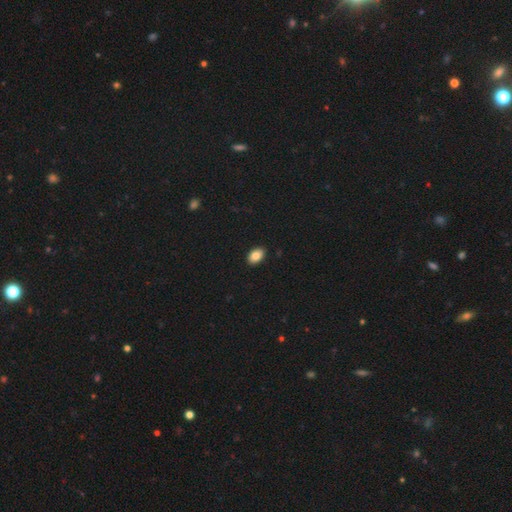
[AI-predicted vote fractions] smooth-or-featured: smooth: 85% | star or artifact: 8% | featured or disk: 7%
  how-rounded: in between: 88% | round: 10% | cigar-shaped: 1%
  merging: none: 90% | minor disturbance: 7% | major disturbance: 2% | merger: 1%